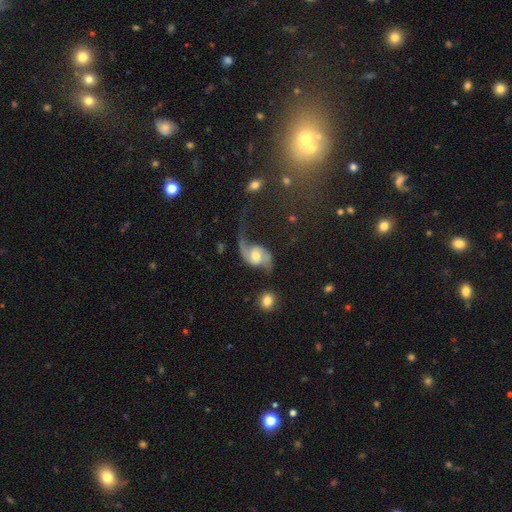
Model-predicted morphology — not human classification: featured or disk 85%, smooth 9%, star or artifact 5%. Down the decision tree: edge-on disk — no (97%); bar — no (56%); spiral arms — yes (96%); spiral arm count — 2 (87%); spiral winding — loose (71%); bulge size — moderate (70%); merging — none (46%).